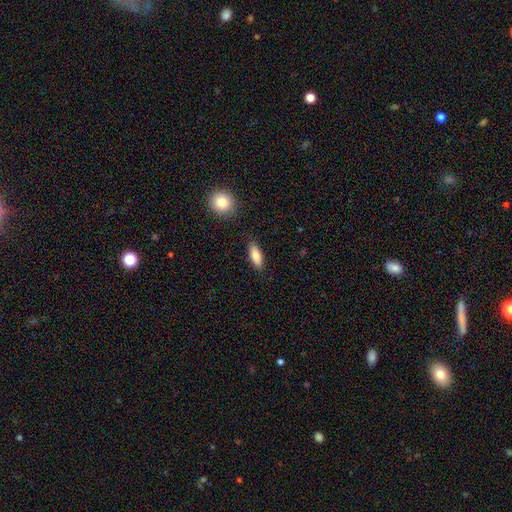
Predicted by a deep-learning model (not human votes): The model was most divided on "how rounded": in between: 70%, cigar-shaped: 27%, round: 2%. More confident: merging — none (85%); smooth or featured — smooth (83%).